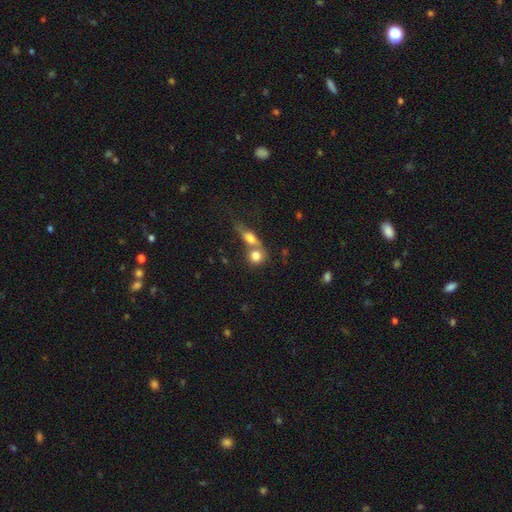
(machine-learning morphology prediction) A smooth galaxy with no disk features (78%) that is round (71%).

Vote fractions:
- Smooth or featured? smooth: 78% / featured or disk: 13% / star or artifact: 9%
- How rounded? round: 71% / in between: 24% / cigar-shaped: 5%
- Merging? merger: 52% / none: 35% / minor disturbance: 8% / major disturbance: 5%